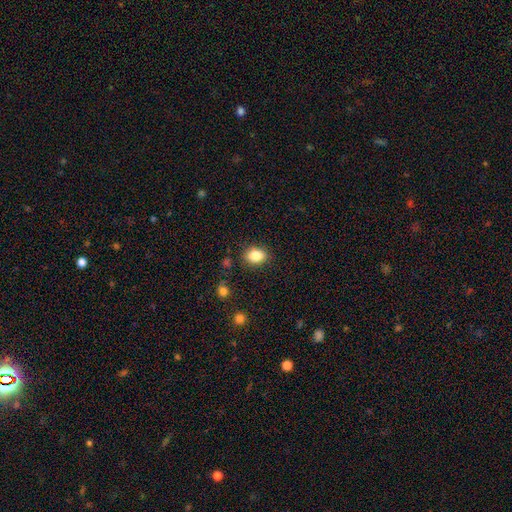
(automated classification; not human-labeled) smooth 84%, star or artifact 9%, featured or disk 6%. Down the decision tree: how rounded — in between (70%); merging — none (85%).